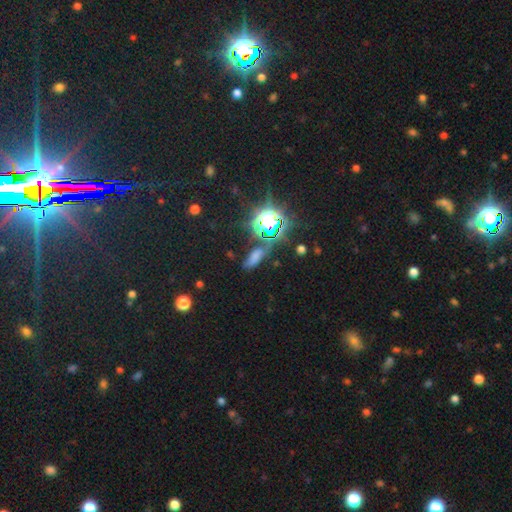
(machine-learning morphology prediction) Smooth or featured?
  - star or artifact: 45% *
  - smooth: 42%
  - featured or disk: 14%